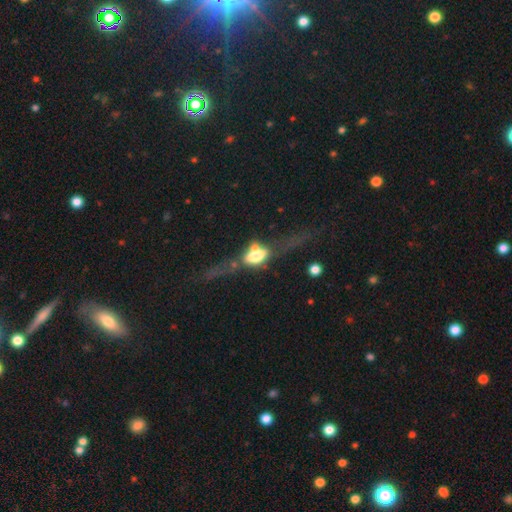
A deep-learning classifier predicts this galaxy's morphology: The model was most divided on "merging": none: 43%, major disturbance: 24%, minor disturbance: 18%, merger: 15%. More confident: edge-on disk — yes (74%); smooth or featured — featured or disk (56%).